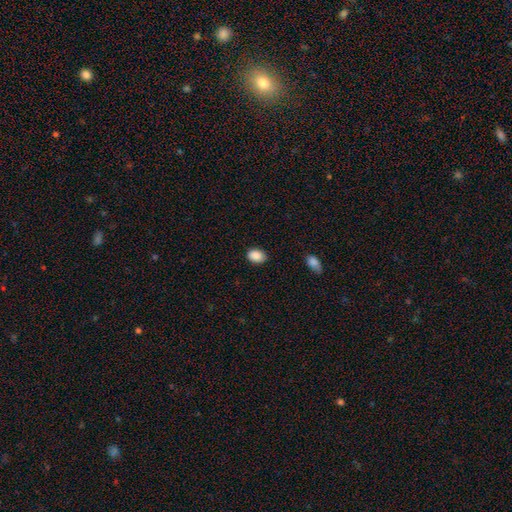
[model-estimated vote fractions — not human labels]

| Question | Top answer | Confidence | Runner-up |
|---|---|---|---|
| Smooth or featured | smooth | 89% | star or artifact (8%) |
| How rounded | in between | 78% | round (21%) |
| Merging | none | 85% | minor disturbance (11%) |